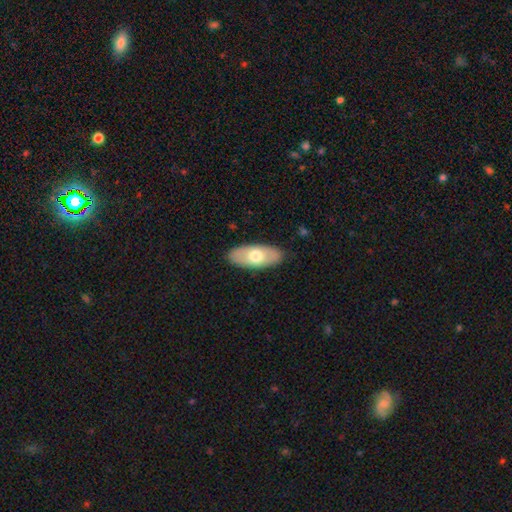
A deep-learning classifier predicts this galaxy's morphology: smooth_or_featured: smooth (p=0.63) [alt: featured or disk p=0.32]
how_rounded: in between (p=0.88) [alt: cigar-shaped p=0.09]
merging: none (p=0.87) [alt: minor disturbance p=0.10]